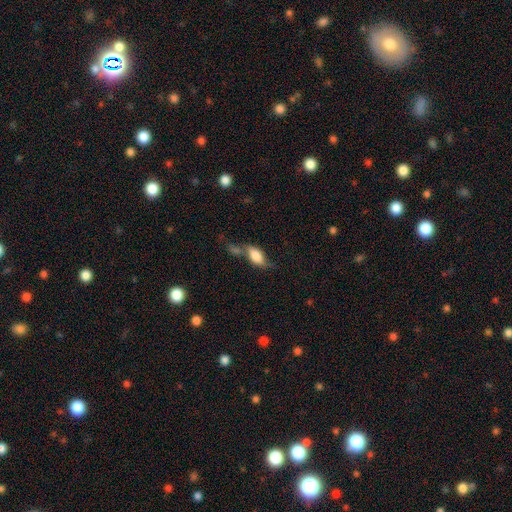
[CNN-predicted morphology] The model was most divided on "merging": merger: 35%, none: 30%, minor disturbance: 19%, major disturbance: 16%. More confident: how rounded — in between (85%); smooth or featured — smooth (69%).